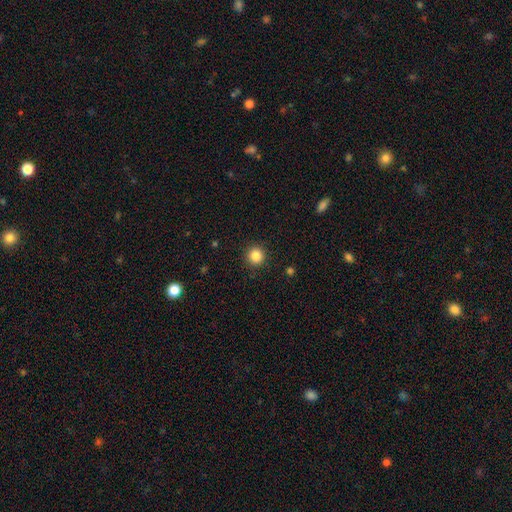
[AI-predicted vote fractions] Q: Smooth or featured?
A: smooth (86%); runner-up: star or artifact (11%)
Q: How rounded?
A: round (94%); runner-up: in between (5%)
Q: Merging?
A: none (91%); runner-up: minor disturbance (6%)